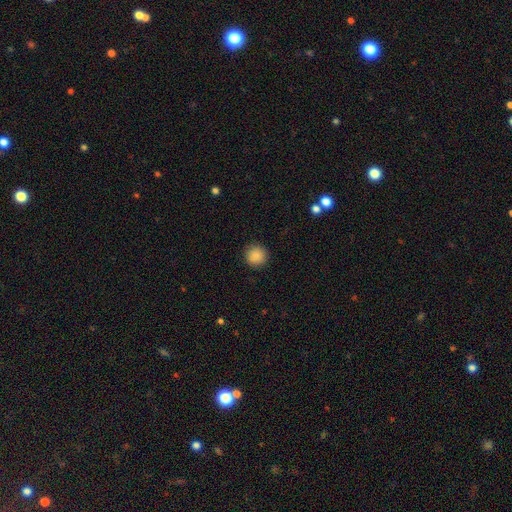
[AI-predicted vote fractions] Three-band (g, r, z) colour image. It shows a smooth galaxy with no disk features (87%) that is round (95%). Merging: none (91%).